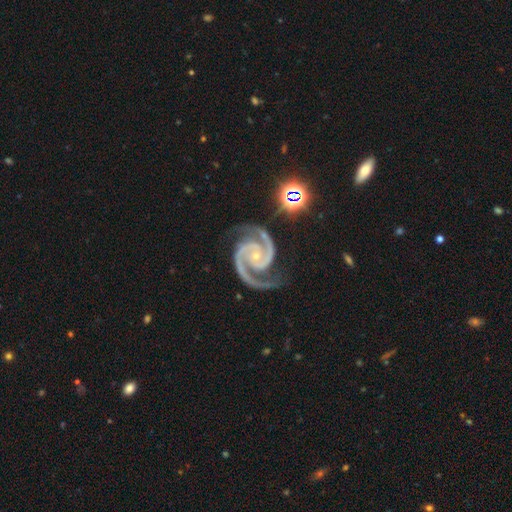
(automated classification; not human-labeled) featured or disk 94%, star or artifact 4%, smooth 1%. Down the decision tree: edge-on disk — no (99%); bar — no (68%); spiral arms — yes (99%); spiral arm count — 2 (93%); spiral winding — medium (50%); bulge size — small (79%); merging — none (79%).